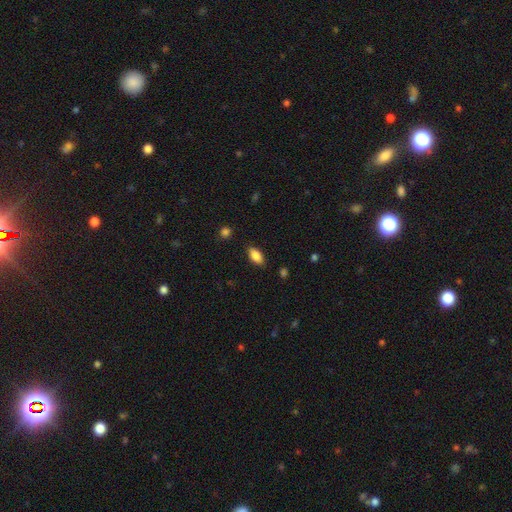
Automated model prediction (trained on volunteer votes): A smooth galaxy with no disk features (85%) that is in between round and cigar-shaped (90%). Merging: none (85%).